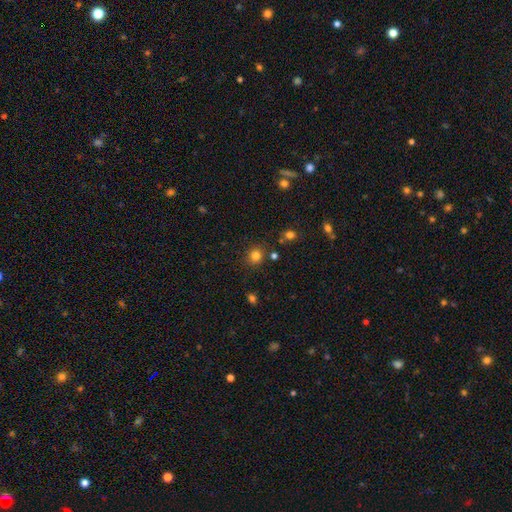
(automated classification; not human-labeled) A smooth galaxy with no disk features (80%) that is round (86%). Merging: none (84%).